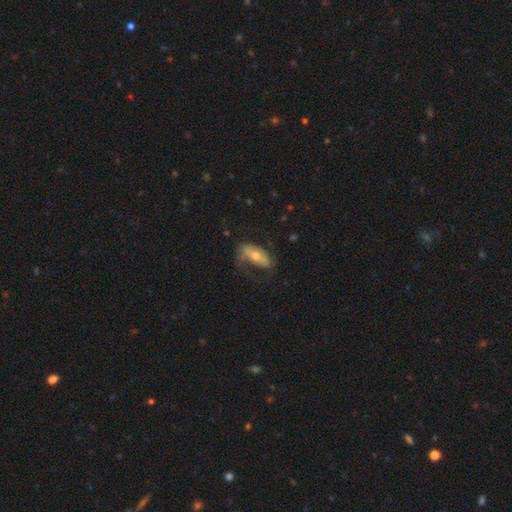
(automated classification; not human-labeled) featured or disk 54%, smooth 38%, star or artifact 8%. Down the decision tree: edge-on disk — no (81%); merging — none (52%).